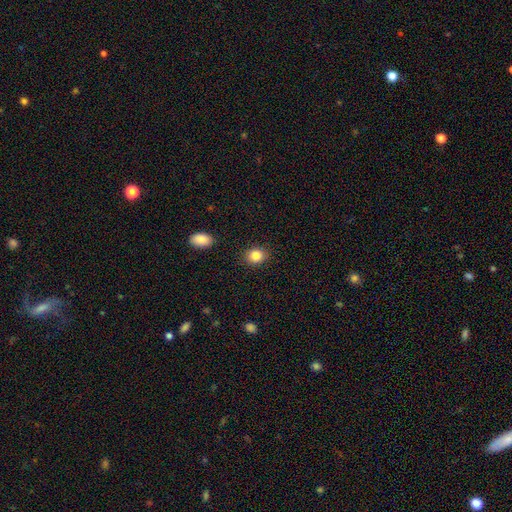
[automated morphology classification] smooth 85%, star or artifact 9%, featured or disk 6%. Down the decision tree: how rounded — round (52%); merging — none (88%).